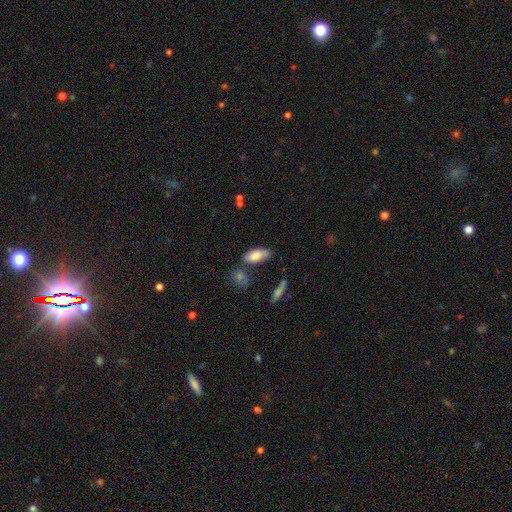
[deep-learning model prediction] smooth 78%, featured or disk 15%, star or artifact 7%. Down the decision tree: how rounded — in between (85%); merging — none (59%).